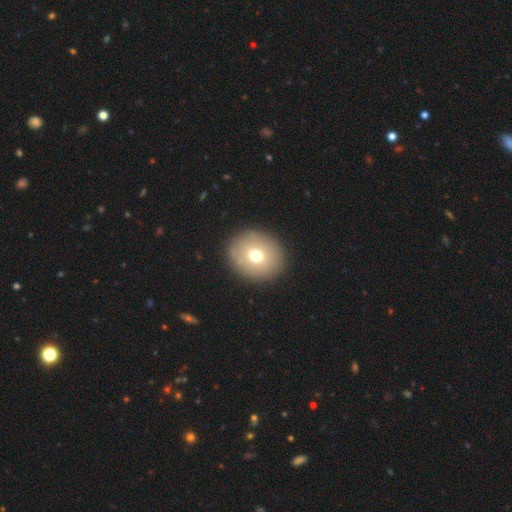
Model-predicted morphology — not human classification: Smooth or featured? Predicted: smooth (p=0.70). How rounded? Predicted: round (p=0.77). Merging? Predicted: none (p=0.89).